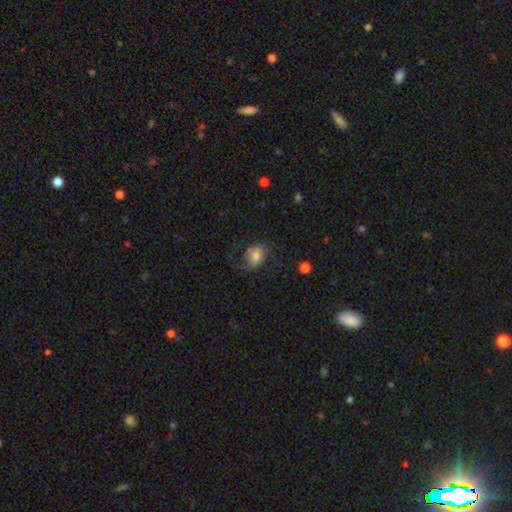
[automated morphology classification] smooth-or-featured: smooth: 61% | featured or disk: 30% | star or artifact: 9%
  how-rounded: in between: 64% | round: 35% | cigar-shaped: 1%
  merging: none: 56% | minor disturbance: 24% | major disturbance: 17% | merger: 3%